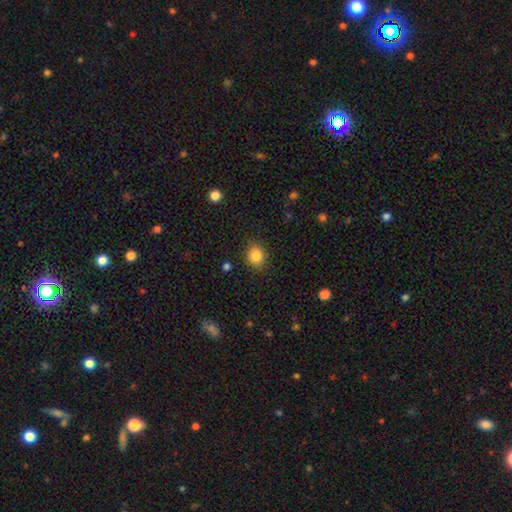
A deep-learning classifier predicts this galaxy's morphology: smooth-or-featured: smooth: 85% | star or artifact: 10% | featured or disk: 5%
  how-rounded: round: 70% | in between: 29% | cigar-shaped: 1%
  merging: none: 86% | minor disturbance: 10% | major disturbance: 3% | merger: 1%